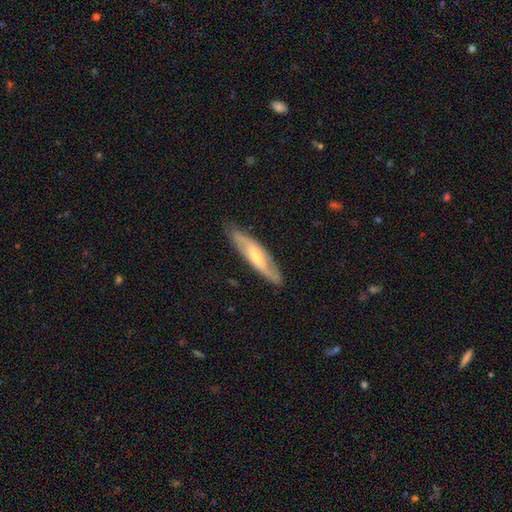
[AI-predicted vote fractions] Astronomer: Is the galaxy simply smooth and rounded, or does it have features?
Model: featured or disk — 66%.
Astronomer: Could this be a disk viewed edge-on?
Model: no — 63%.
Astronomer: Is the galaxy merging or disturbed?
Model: none — 83%.